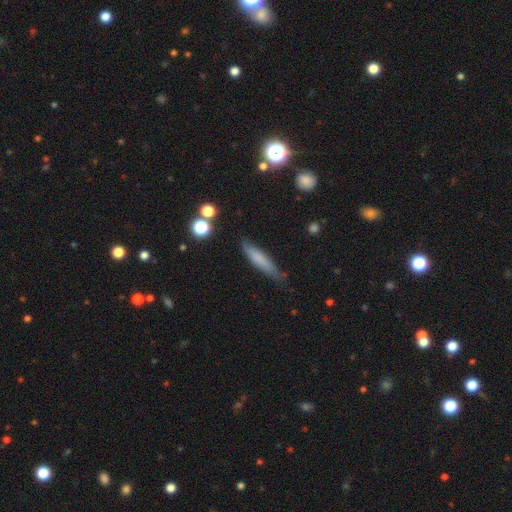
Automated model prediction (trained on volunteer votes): Q: Smooth or featured?
A: smooth (68%); runner-up: featured or disk (24%)
Q: How rounded?
A: cigar-shaped (84%); runner-up: in between (14%)
Q: Merging?
A: none (78%); runner-up: minor disturbance (16%)